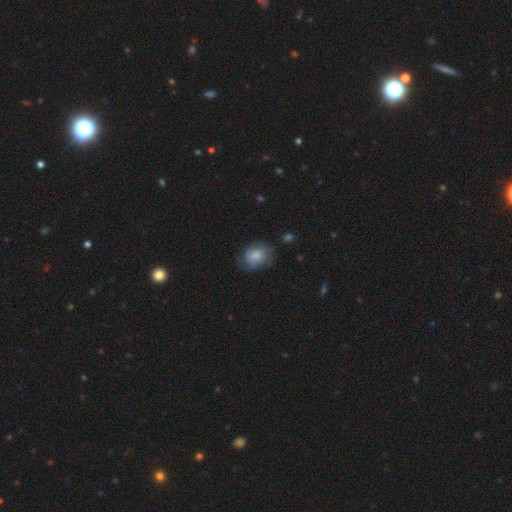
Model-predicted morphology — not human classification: The model was most divided on "how rounded": in between: 66%, round: 33%, cigar-shaped: 1%. More confident: smooth or featured — smooth (81%); merging — none (68%).